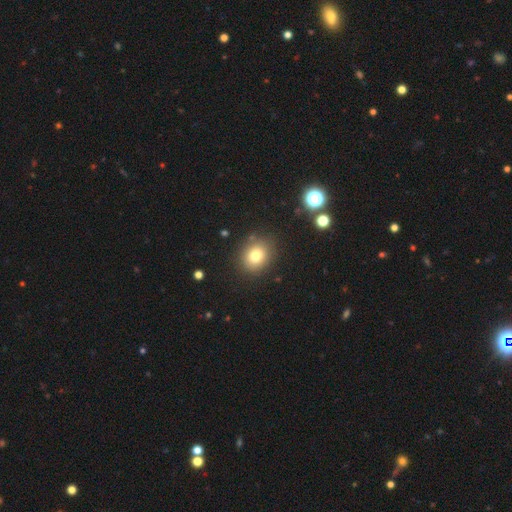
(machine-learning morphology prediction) A smooth galaxy with no disk features (77%) that is round (68%). Merging: none (86%).